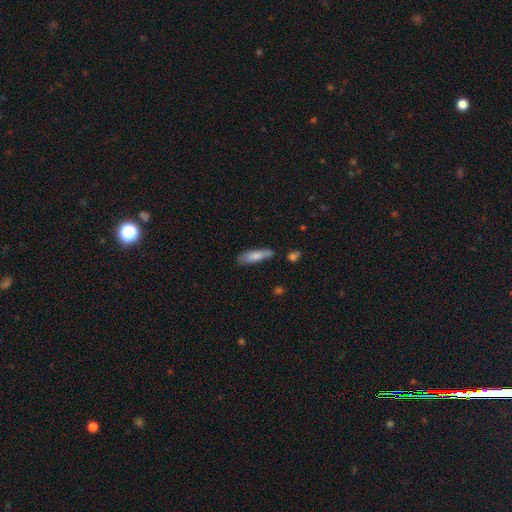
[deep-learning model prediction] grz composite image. It shows a smooth galaxy with no disk features (75%) that is cigar-shaped (62%). Merging: none (64%).